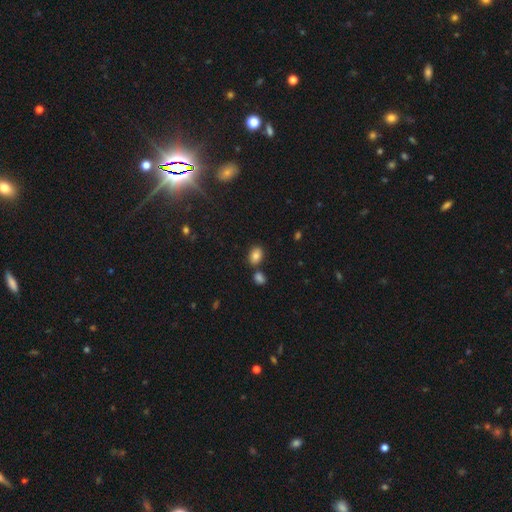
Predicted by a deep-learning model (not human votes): A smooth galaxy with no disk features (83%) that is in between round and cigar-shaped (78%). Merging: none (72%).